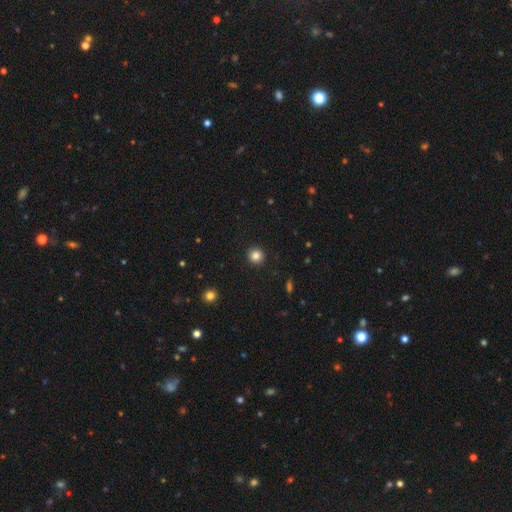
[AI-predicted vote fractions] smooth_or_featured: smooth (p=0.84) [alt: star or artifact p=0.11]
how_rounded: round (p=0.92) [alt: in between p=0.07]
merging: none (p=0.92) [alt: minor disturbance p=0.05]